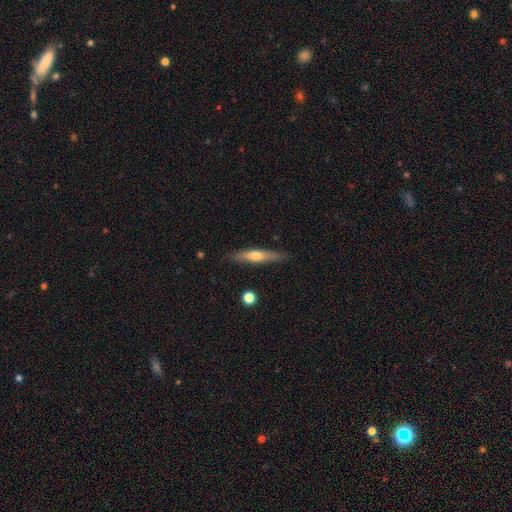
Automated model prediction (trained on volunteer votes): Q: Smooth or featured?
A: smooth (51%); runner-up: featured or disk (43%)
Q: How rounded?
A: cigar-shaped (85%); runner-up: in between (14%)
Q: Merging?
A: none (82%); runner-up: minor disturbance (13%)